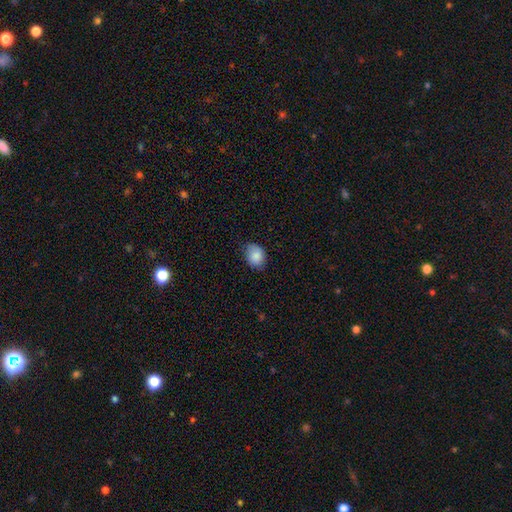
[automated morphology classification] The model was most divided on "how rounded": in between: 62%, round: 37%, cigar-shaped: 1%. More confident: smooth or featured — smooth (87%); merging — none (74%).